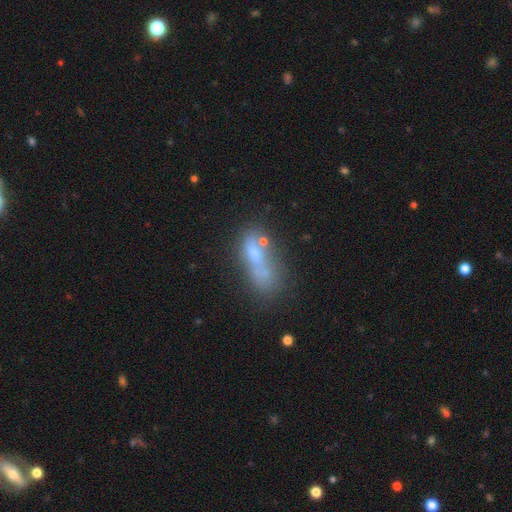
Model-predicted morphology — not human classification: smooth_or_featured: smooth (p=0.50) [alt: featured or disk p=0.35]
how_rounded: in between (p=0.62) [alt: cigar-shaped p=0.30]
merging: merger (p=0.33) [alt: none p=0.31]